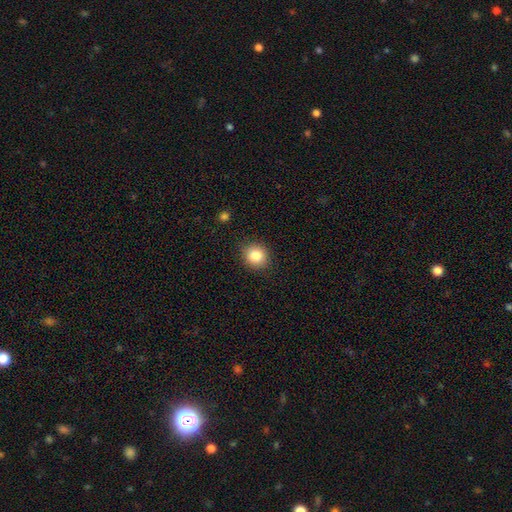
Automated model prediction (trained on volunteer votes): This appears to be a smooth galaxy with no disk features (84%) that is round (86%). Merging: none (87%).